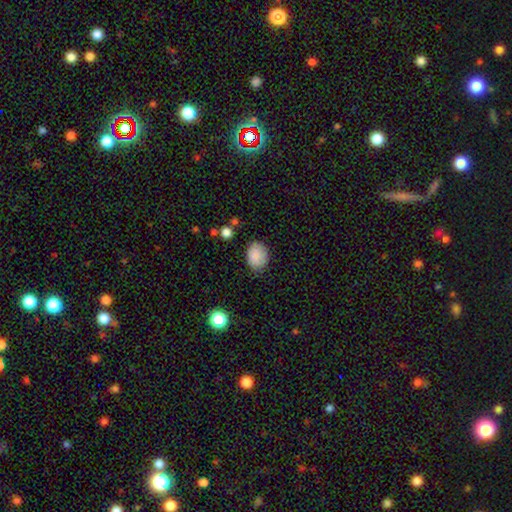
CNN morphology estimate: Smooth or featured?
  - smooth: 88% *
  - star or artifact: 8%
  - featured or disk: 5%
How rounded?
  - in between: 64% *
  - round: 36%
  - cigar-shaped: 1%
Merging?
  - none: 79% *
  - minor disturbance: 16%
  - major disturbance: 3%
  - merger: 2%